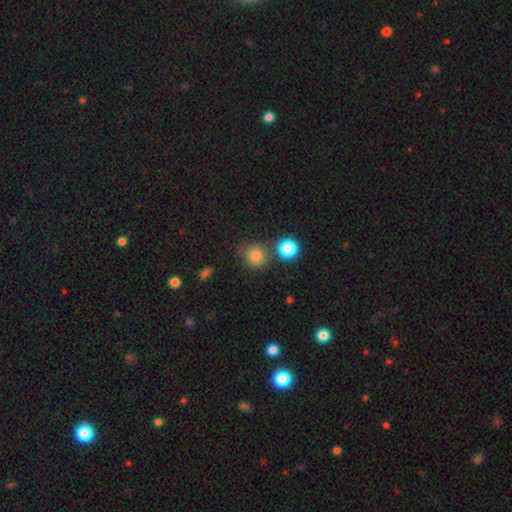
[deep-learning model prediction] Overall: smooth (80%). How rounded: round (89%). Merging: none (69%).